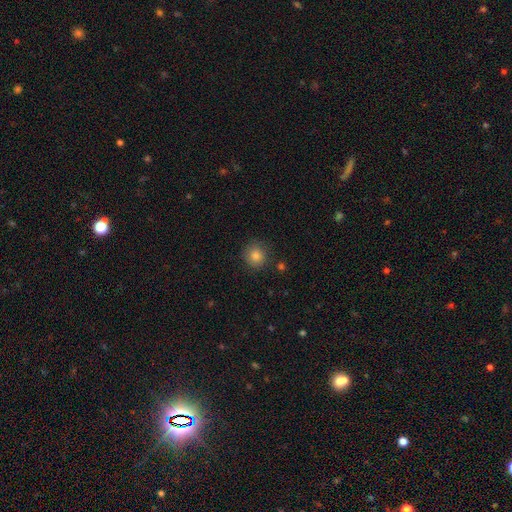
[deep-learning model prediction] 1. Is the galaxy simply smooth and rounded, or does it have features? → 82% smooth, 12% star or artifact, 6% featured or disk.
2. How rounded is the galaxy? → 91% round, 8% in between, 1% cigar-shaped.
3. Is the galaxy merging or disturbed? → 87% none, 9% minor disturbance, 2% major disturbance, 2% merger.